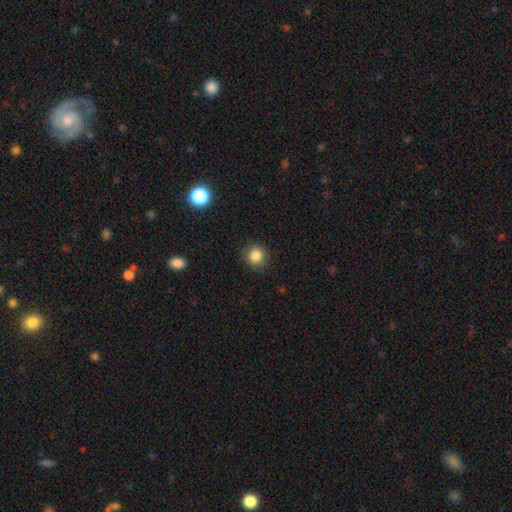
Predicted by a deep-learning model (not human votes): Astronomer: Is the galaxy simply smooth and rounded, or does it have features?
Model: smooth — 84%.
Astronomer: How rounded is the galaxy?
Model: round — 92%.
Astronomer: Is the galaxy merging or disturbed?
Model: none — 89%.